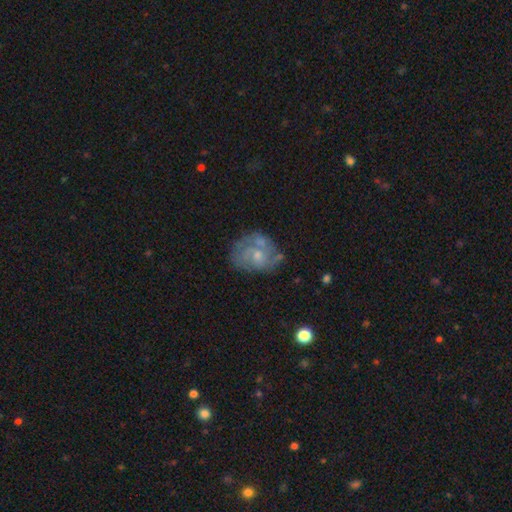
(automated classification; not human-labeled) This is likely a featured or disk galaxy (66%). It is clearly not viewed edge-on (98%). Bar: likely no (76%). Spiral arm pattern: likely yes (66%). Central bulge: possibly small (57%). Merging: possibly none (56%).